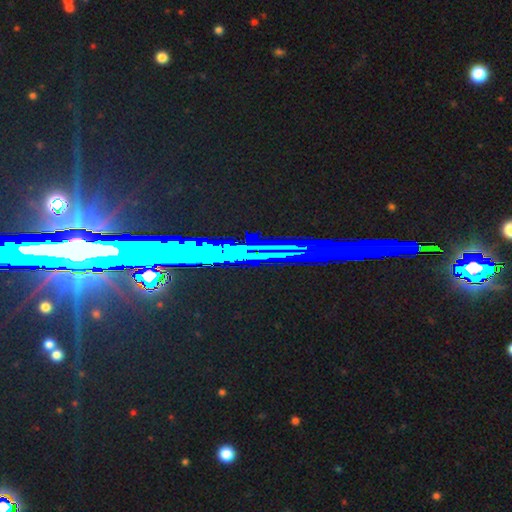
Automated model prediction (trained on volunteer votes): A star or artifact, not a galaxy (80%).

Vote fractions:
- Smooth or featured? star or artifact: 80% / featured or disk: 10% / smooth: 10%